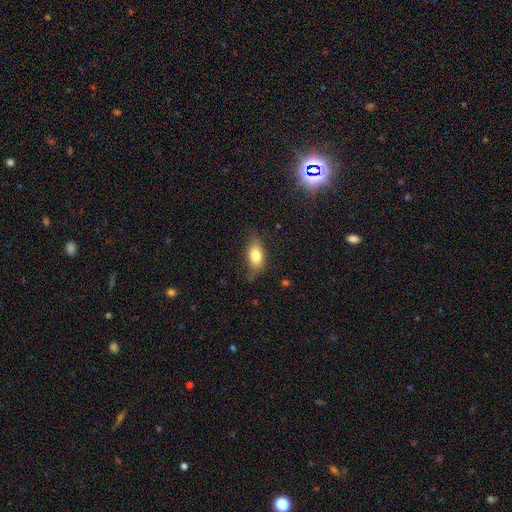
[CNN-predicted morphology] smooth_or_featured: smooth (p=0.78) [alt: featured or disk p=0.14]
how_rounded: in between (p=0.86) [alt: round p=0.07]
merging: none (p=0.66) [alt: minor disturbance p=0.25]